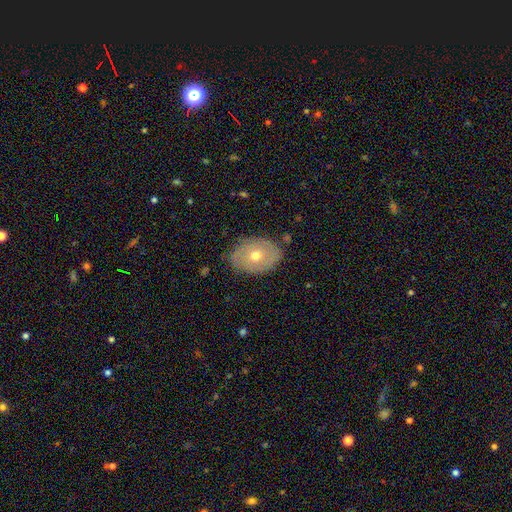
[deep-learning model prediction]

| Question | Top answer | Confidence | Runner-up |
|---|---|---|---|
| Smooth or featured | featured or disk | 50% | smooth (42%) |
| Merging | none | 79% | minor disturbance (16%) |